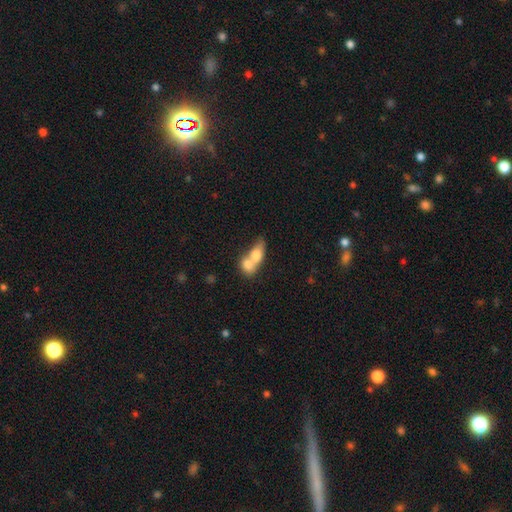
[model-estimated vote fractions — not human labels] Smooth or featured? Predicted: smooth (p=0.72). How rounded? Predicted: in between (p=0.64). Merging? Predicted: merger (p=0.78).